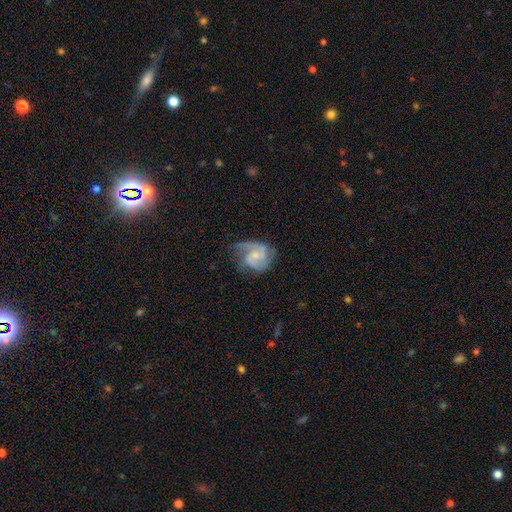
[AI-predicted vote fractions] Morphology: type=featured or disk (78%); edge-on=no (98%); bar=no (55%); spiral arms=yes (94%); winding=medium (51%); arm count=2 (63%); bulge=small (54%); merging=none (53%).